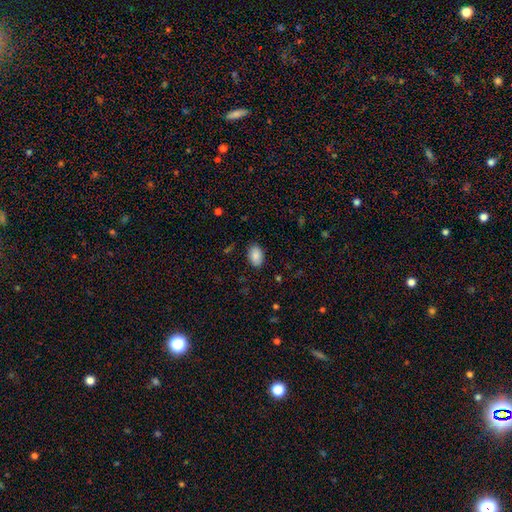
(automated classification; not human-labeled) The model was most divided on "merging": none: 87%, minor disturbance: 10%, major disturbance: 2%, merger: 1%. More confident: how rounded — in between (89%); smooth or featured — smooth (88%).